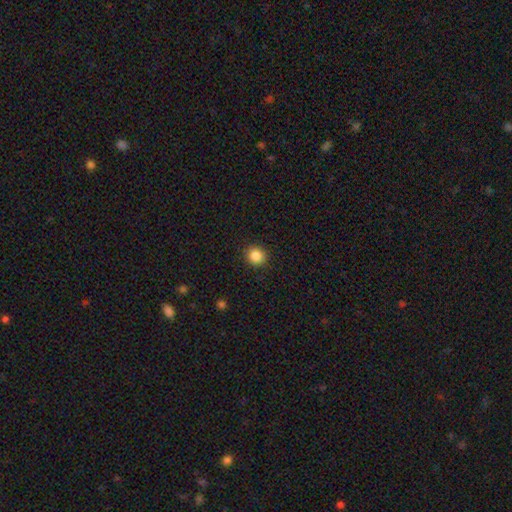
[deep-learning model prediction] smooth 86%, star or artifact 10%, featured or disk 3%. Down the decision tree: how rounded — round (89%); merging — none (91%).